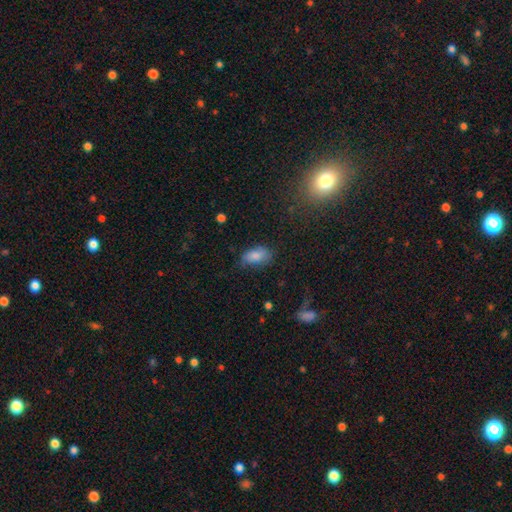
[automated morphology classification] Smooth or featured? Predicted: smooth (p=0.80). How rounded? Predicted: in between (p=0.92). Merging? Predicted: none (p=0.60).